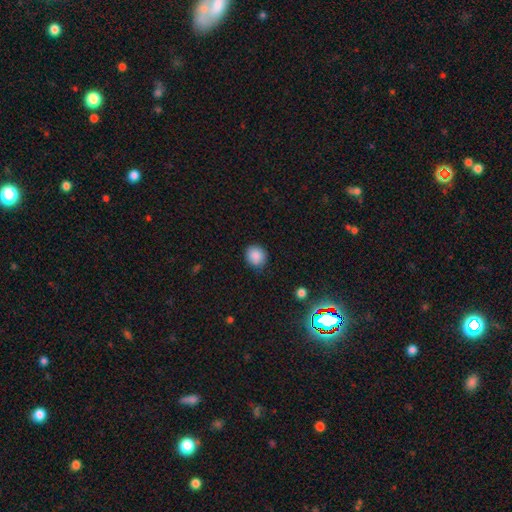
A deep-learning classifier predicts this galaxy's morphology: A smooth galaxy with no disk features (87%) that is round (80%). Merging: none (83%).